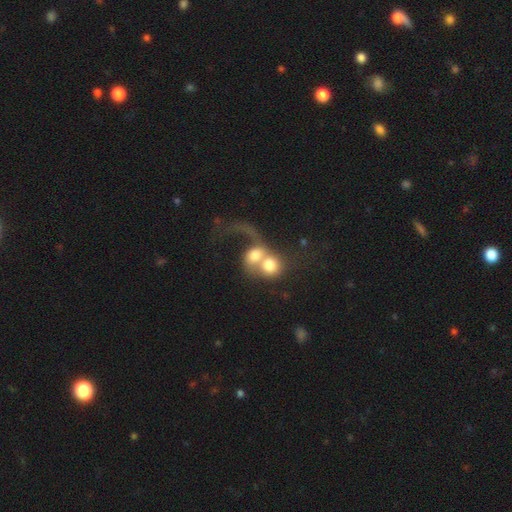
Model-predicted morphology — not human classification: Smooth or featured? Predicted: smooth (p=0.55). How rounded? Predicted: round (p=0.67). Merging? Predicted: merger (p=0.77).